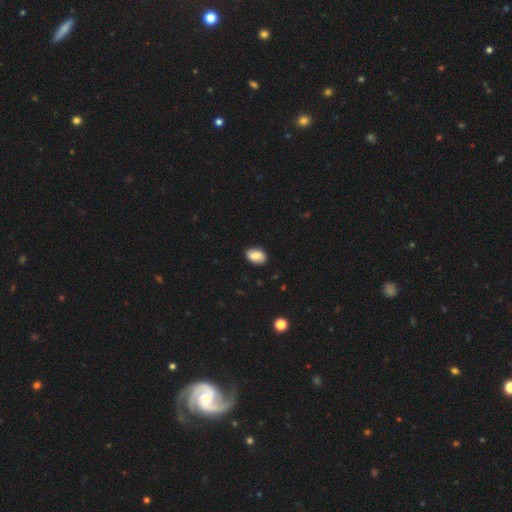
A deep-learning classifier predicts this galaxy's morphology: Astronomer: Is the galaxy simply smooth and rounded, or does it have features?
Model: smooth — 79%.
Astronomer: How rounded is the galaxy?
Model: in between — 88%.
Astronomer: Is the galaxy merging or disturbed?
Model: none — 86%.